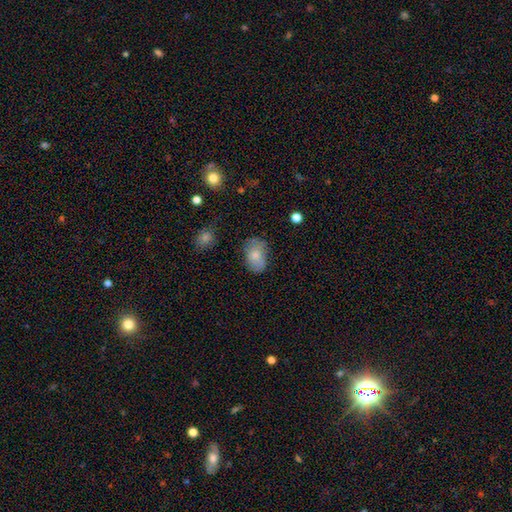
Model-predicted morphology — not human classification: Smooth or featured? Predicted: smooth (p=0.76). How rounded? Predicted: in between (p=0.83). Merging? Predicted: none (p=0.67).